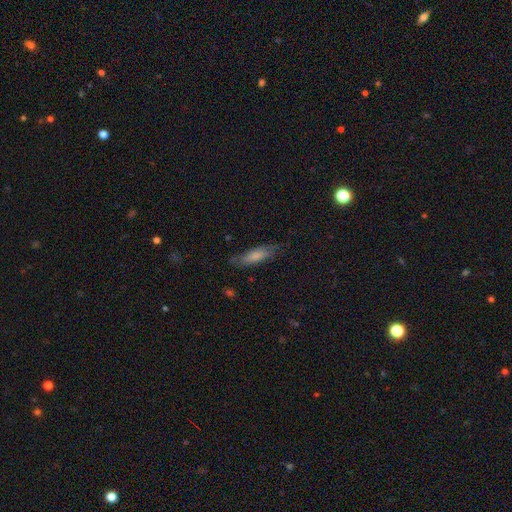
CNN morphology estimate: Q: Smooth or featured?
A: smooth (70%); runner-up: featured or disk (23%)
Q: How rounded?
A: cigar-shaped (54%); runner-up: in between (44%)
Q: Merging?
A: none (69%); runner-up: minor disturbance (23%)